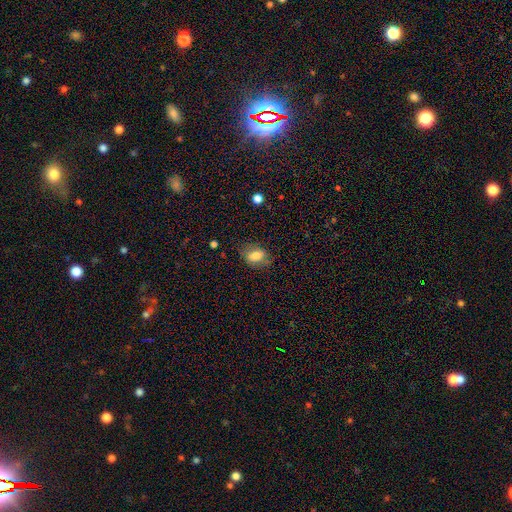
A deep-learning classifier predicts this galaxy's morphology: type=smooth (75%); roundness=in between (76%); merging=none (72%).